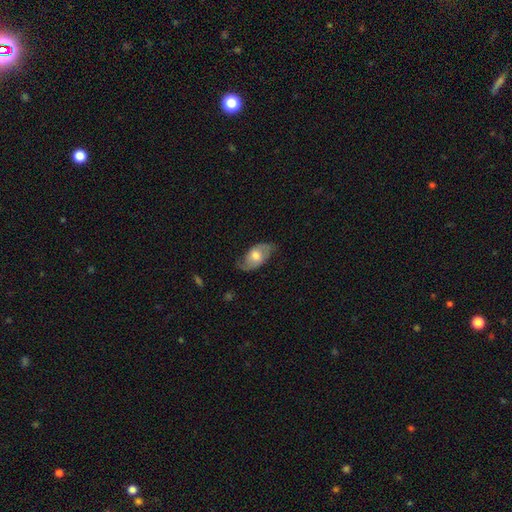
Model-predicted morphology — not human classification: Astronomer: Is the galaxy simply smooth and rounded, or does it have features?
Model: featured or disk — 57% (runner-up: smooth, 37%).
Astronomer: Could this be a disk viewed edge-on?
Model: no — 92%.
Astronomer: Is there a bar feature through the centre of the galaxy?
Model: no — 61%.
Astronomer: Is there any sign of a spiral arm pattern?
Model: yes — 80%.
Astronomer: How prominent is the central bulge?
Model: moderate — 64%.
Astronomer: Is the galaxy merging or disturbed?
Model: none — 68%.